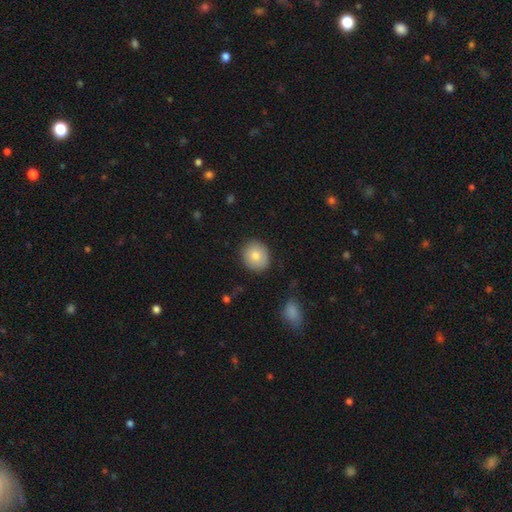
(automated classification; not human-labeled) smooth_or_featured: smooth (p=0.78) [alt: featured or disk p=0.14]
how_rounded: round (p=0.80) [alt: in between p=0.19]
merging: none (p=0.86) [alt: minor disturbance p=0.10]